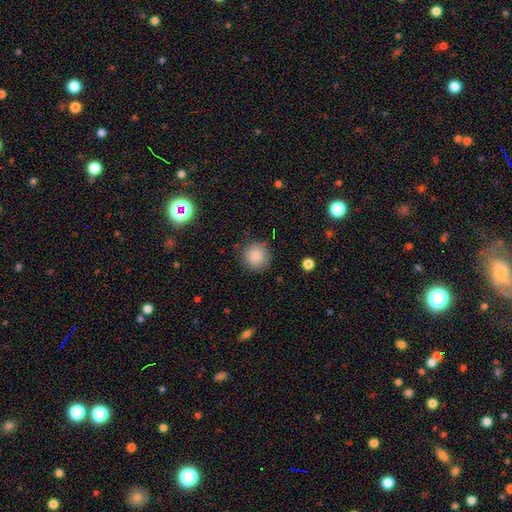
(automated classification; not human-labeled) smooth-or-featured: smooth: 83% | star or artifact: 10% | featured or disk: 6%
  how-rounded: round: 94% | in between: 5% | cigar-shaped: 1%
  merging: none: 88% | minor disturbance: 8% | major disturbance: 3% | merger: 1%